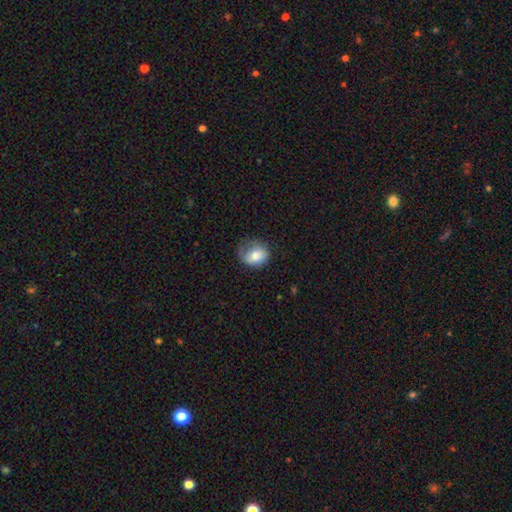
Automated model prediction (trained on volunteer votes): Smooth or featured? Predicted: smooth (p=0.75). How rounded? Predicted: round (p=0.50). Merging? Predicted: none (p=0.48).